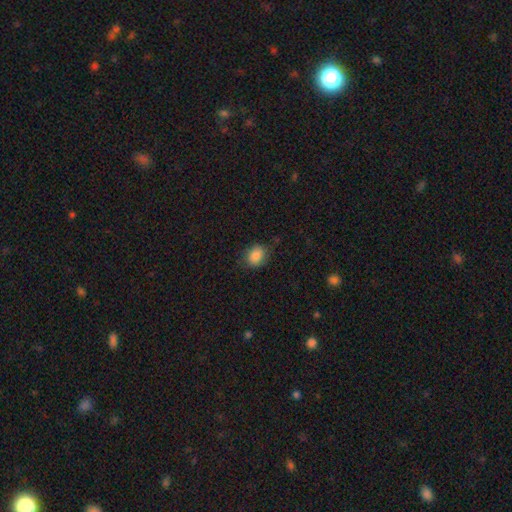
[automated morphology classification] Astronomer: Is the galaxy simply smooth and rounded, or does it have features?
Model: smooth — 86%.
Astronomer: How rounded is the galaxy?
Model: in between — 53% (runner-up: round, 46%).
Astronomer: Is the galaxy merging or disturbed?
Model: none — 76%.